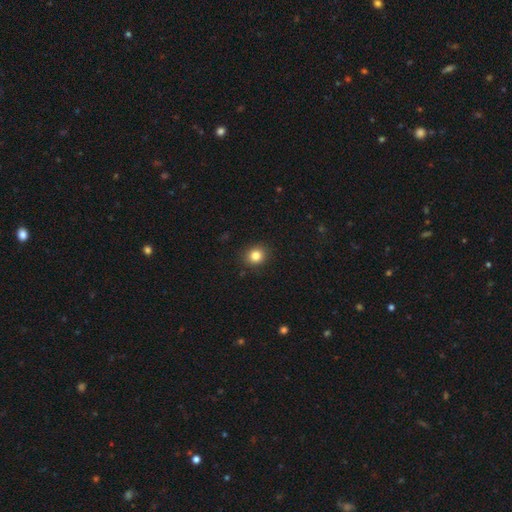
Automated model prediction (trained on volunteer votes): Morphology: type=smooth (83%); roundness=round (78%); merging=none (90%).